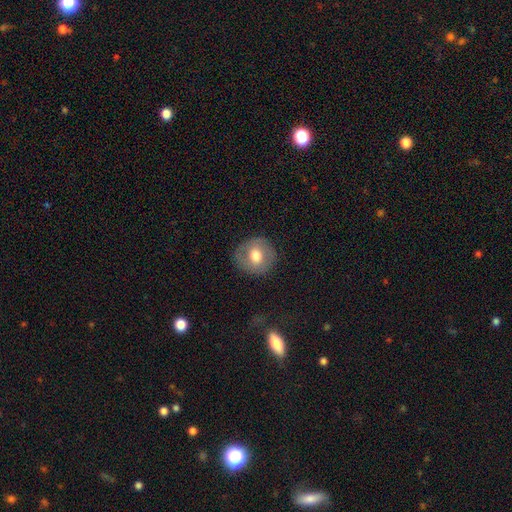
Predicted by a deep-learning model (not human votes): Smooth or featured: smooth — 61% (featured or disk — 31%)
How rounded: round — 87% (in between — 12%)
Merging: none — 86% (minor disturbance — 10%)